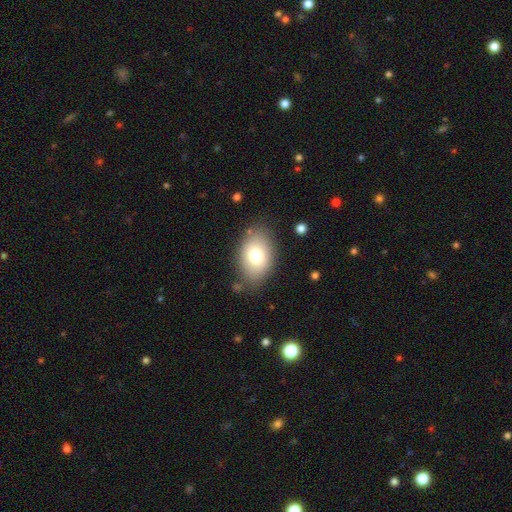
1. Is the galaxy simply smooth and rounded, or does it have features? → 87% smooth, 13% featured or disk, 0% star or artifact.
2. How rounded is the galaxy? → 79% in between, 18% round, 3% cigar-shaped.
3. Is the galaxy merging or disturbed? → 74% none, 18% minor disturbance, 5% merger, 3% major disturbance.